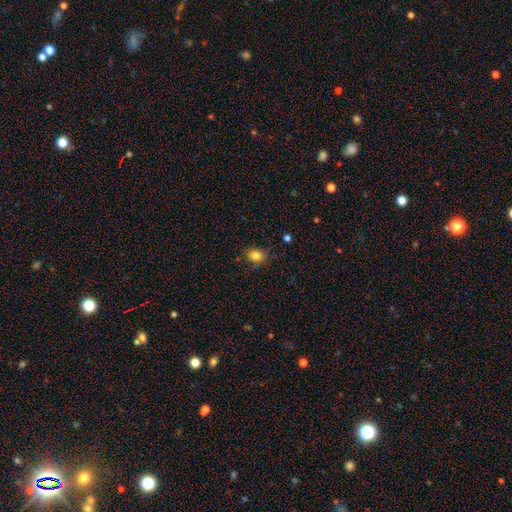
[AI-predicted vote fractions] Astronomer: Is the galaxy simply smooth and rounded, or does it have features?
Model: smooth — 83%.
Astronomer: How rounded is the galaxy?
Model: in between — 56% (runner-up: round, 43%).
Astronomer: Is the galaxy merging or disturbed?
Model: none — 77%.